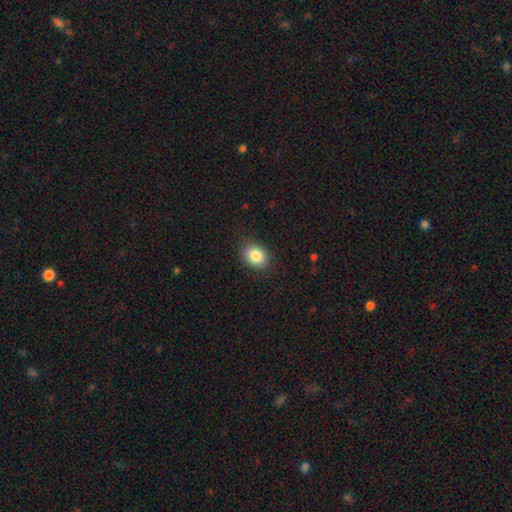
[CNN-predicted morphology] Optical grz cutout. It shows a smooth galaxy with no disk features (85%) that is in between round and cigar-shaped (58%). Merging: none (85%).